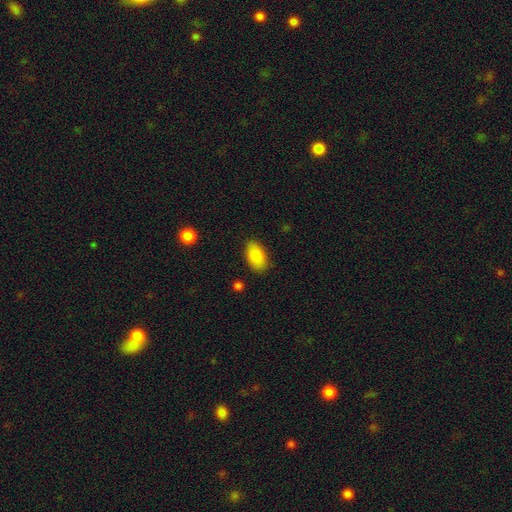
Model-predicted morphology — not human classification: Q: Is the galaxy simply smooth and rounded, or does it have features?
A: smooth — 85%.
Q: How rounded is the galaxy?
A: in between — 92%.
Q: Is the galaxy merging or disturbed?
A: none — 85%.